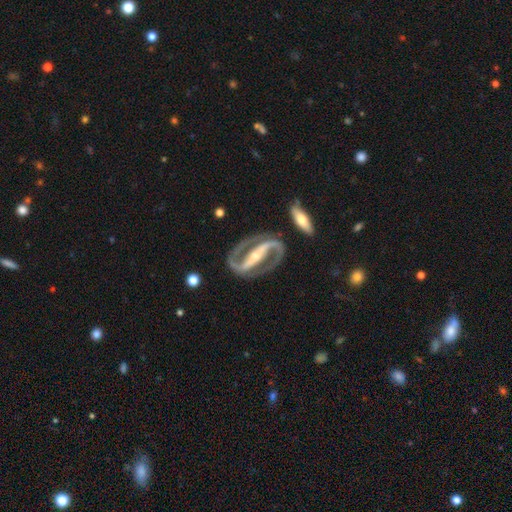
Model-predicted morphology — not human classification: featured or disk 93%, star or artifact 4%, smooth 3%. Down the decision tree: edge-on disk — no (95%); bar — strong (84%); spiral arms — yes (97%); spiral arm count — 2 (94%); spiral winding — medium (55%); bulge size — small (58%); merging — none (84%).